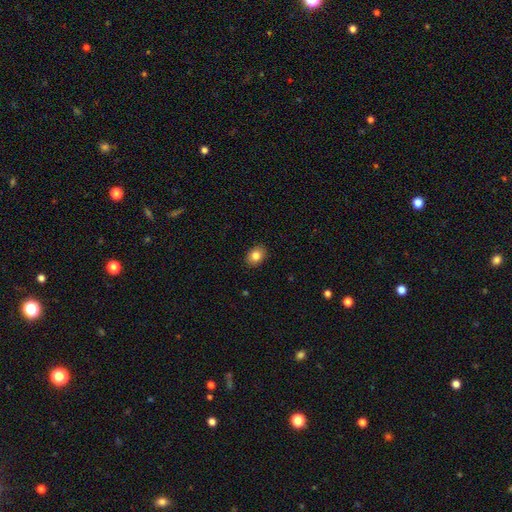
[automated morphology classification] A smooth galaxy with no disk features (82%) that is in between round and cigar-shaped (64%).

Vote fractions:
- Smooth or featured? smooth: 82% / star or artifact: 9% / featured or disk: 9%
- How rounded? in between: 64% / round: 35% / cigar-shaped: 1%
- Merging? none: 90% / minor disturbance: 7% / major disturbance: 2% / merger: 1%